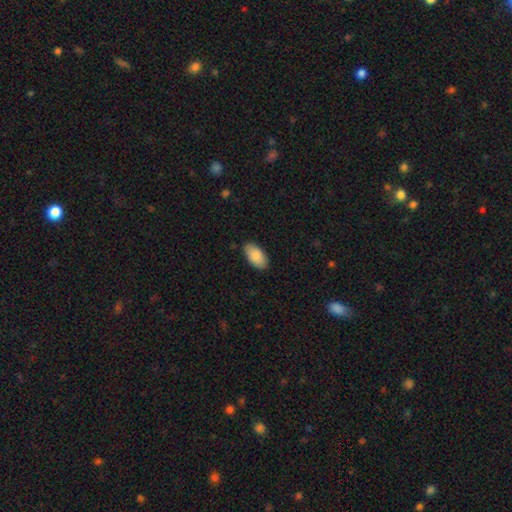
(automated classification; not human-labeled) Q: Smooth or featured?
A: smooth (87%); runner-up: featured or disk (7%)
Q: How rounded?
A: in between (95%); runner-up: round (2%)
Q: Merging?
A: none (85%); runner-up: minor disturbance (12%)